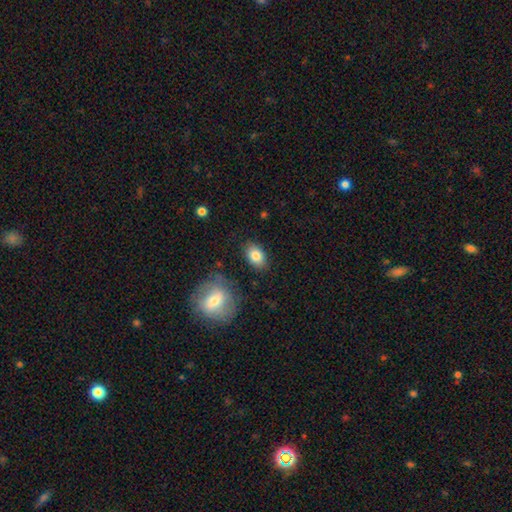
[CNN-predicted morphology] Smooth or featured?
  - smooth: 82% *
  - featured or disk: 10%
  - star or artifact: 8%
How rounded?
  - in between: 84% *
  - round: 14%
  - cigar-shaped: 2%
Merging?
  - none: 84% *
  - minor disturbance: 11%
  - major disturbance: 3%
  - merger: 3%